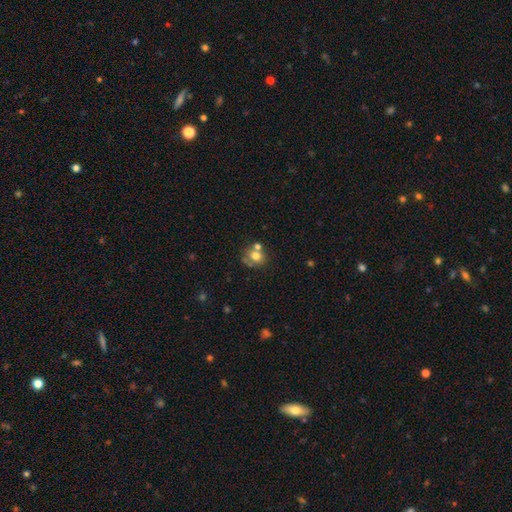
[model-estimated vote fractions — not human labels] Smooth or featured: smooth — 70% (featured or disk — 19%)
How rounded: round — 70% (in between — 29%)
Merging: none — 44% (merger — 33%)